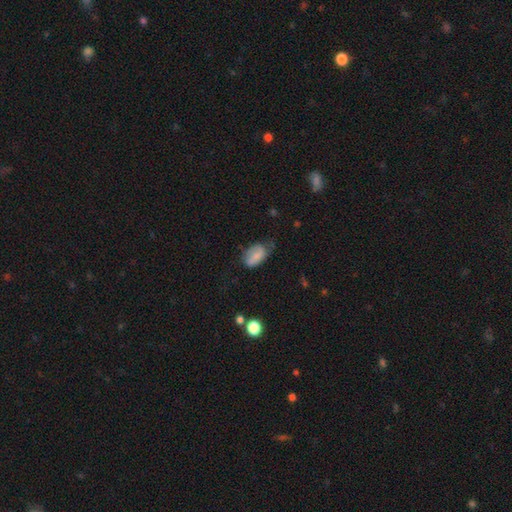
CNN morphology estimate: The model was most divided on "merging": none: 49%, minor disturbance: 36%, major disturbance: 13%, merger: 2%. More confident: how rounded — in between (90%); smooth or featured — smooth (70%).